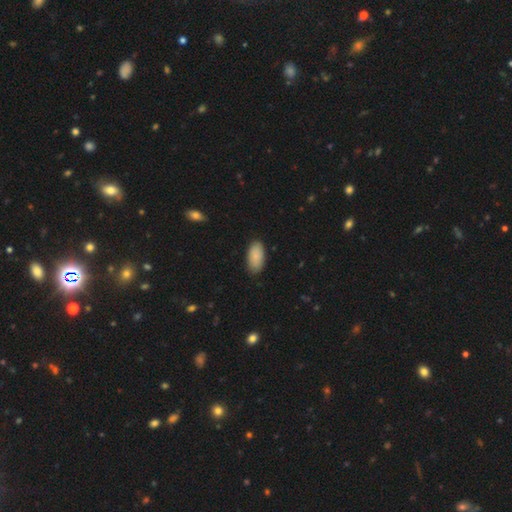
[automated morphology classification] Smooth or featured? Predicted: smooth (p=0.89). How rounded? Predicted: in between (p=0.94). Merging? Predicted: none (p=0.85).